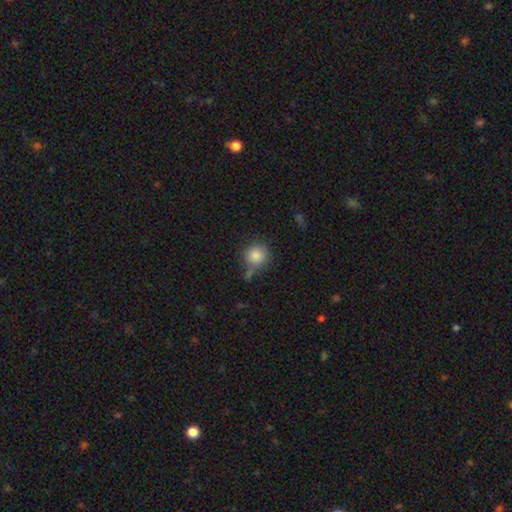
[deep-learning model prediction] smooth-or-featured: smooth: 85% | star or artifact: 10% | featured or disk: 6%
  how-rounded: round: 90% | in between: 9% | cigar-shaped: 1%
  merging: none: 69% | minor disturbance: 15% | merger: 12% | major disturbance: 4%